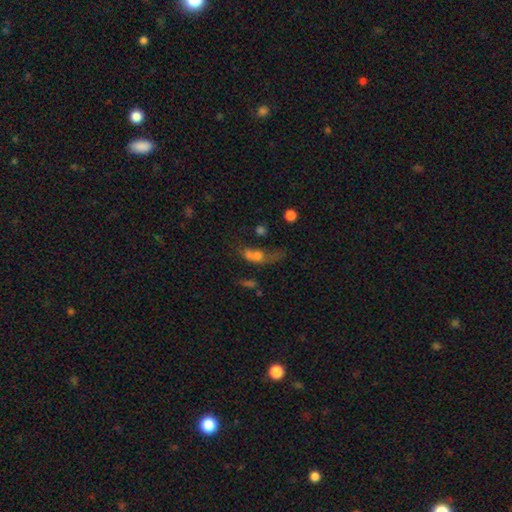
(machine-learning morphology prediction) smooth 58%, featured or disk 25%, star or artifact 17%. Down the decision tree: how rounded — in between (48%); merging — merger (51%).